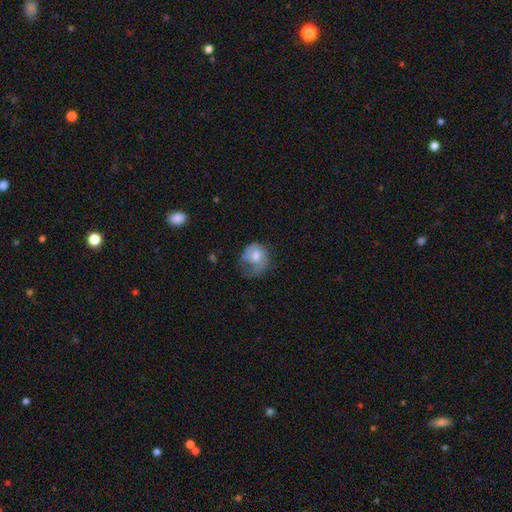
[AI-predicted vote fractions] smooth_or_featured: smooth (p=0.57) [alt: featured or disk p=0.35]
how_rounded: round (p=0.62) [alt: in between p=0.37]
merging: major disturbance (p=0.39) [alt: minor disturbance p=0.30]